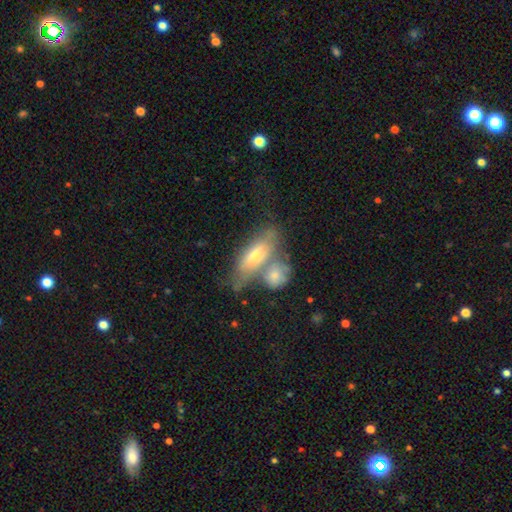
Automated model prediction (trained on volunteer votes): Smooth or featured: smooth — 55% (featured or disk — 38%)
How rounded: in between — 69% (cigar-shaped — 27%)
Merging: merger — 46% (none — 31%)